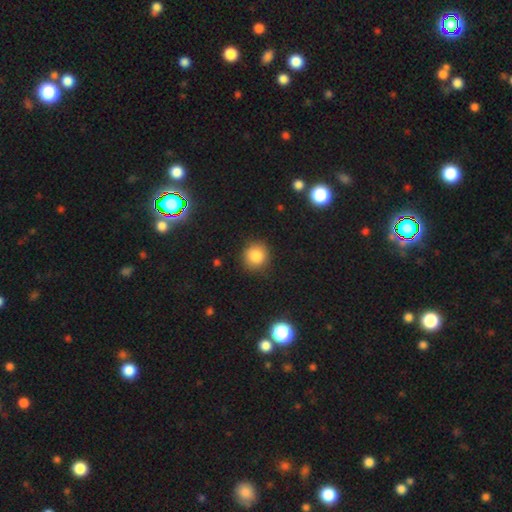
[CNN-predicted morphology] A smooth galaxy with no disk features (84%) that is round (88%).

Vote fractions:
- Smooth or featured? smooth: 84% / star or artifact: 11% / featured or disk: 5%
- How rounded? round: 88% / in between: 11% / cigar-shaped: 1%
- Merging? none: 87% / minor disturbance: 9% / major disturbance: 3% / merger: 1%